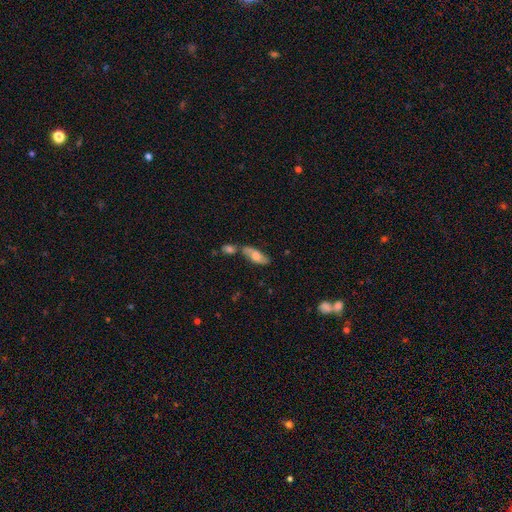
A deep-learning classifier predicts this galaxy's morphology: smooth-or-featured: smooth: 54% | featured or disk: 39% | star or artifact: 7%
  how-rounded: in between: 71% | cigar-shaped: 25% | round: 4%
  merging: none: 51% | merger: 27% | minor disturbance: 16% | major disturbance: 5%